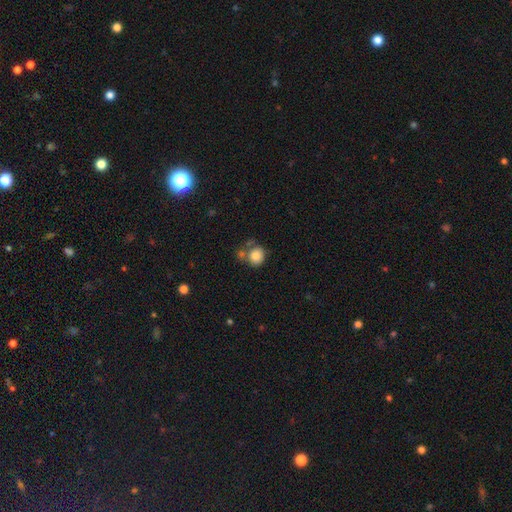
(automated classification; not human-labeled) This is clearly a smooth galaxy (82%). How rounded: likely round (79%). Merging: possibly none (51%).